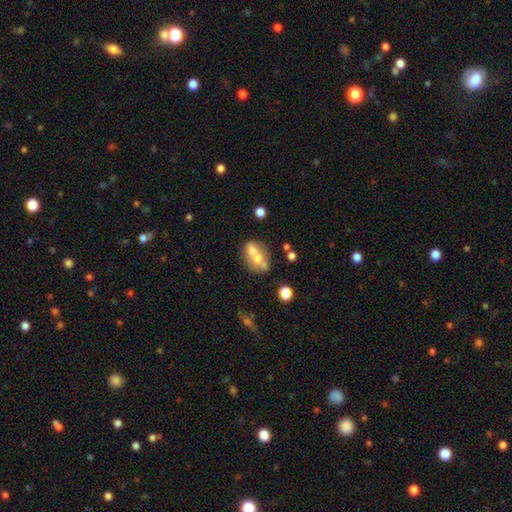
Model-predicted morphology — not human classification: type=smooth (56%); roundness=in between (57%); merging=merger (55%).